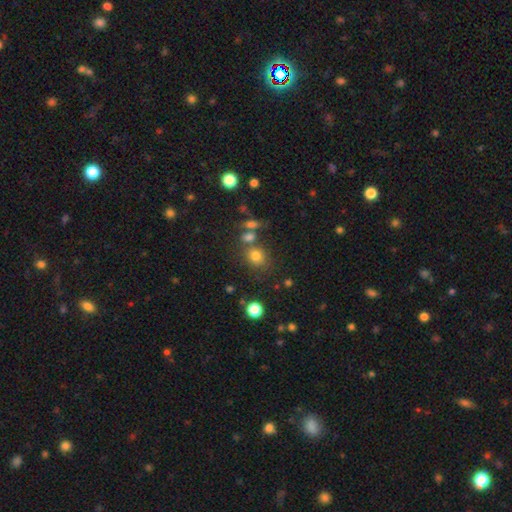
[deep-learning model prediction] smooth_or_featured: smooth (p=0.76) [alt: star or artifact p=0.16]
how_rounded: round (p=0.67) [alt: in between p=0.32]
merging: none (p=0.63) [alt: merger p=0.19]